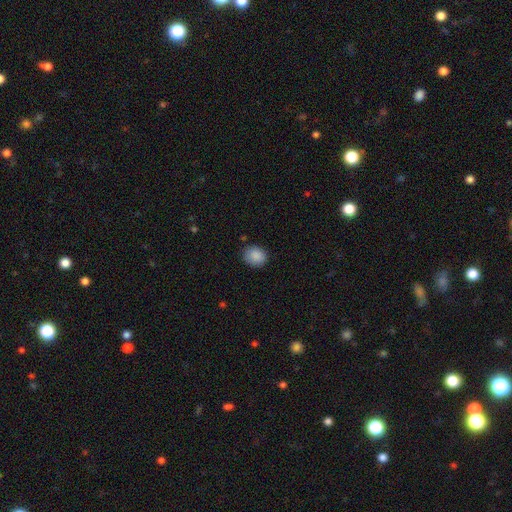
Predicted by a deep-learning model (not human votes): A smooth galaxy with no disk features (88%) that is round (58%).

Vote fractions:
- Smooth or featured? smooth: 88% / star or artifact: 8% / featured or disk: 4%
- How rounded? round: 58% / in between: 41% / cigar-shaped: 1%
- Merging? none: 83% / minor disturbance: 13% / major disturbance: 3% / merger: 1%